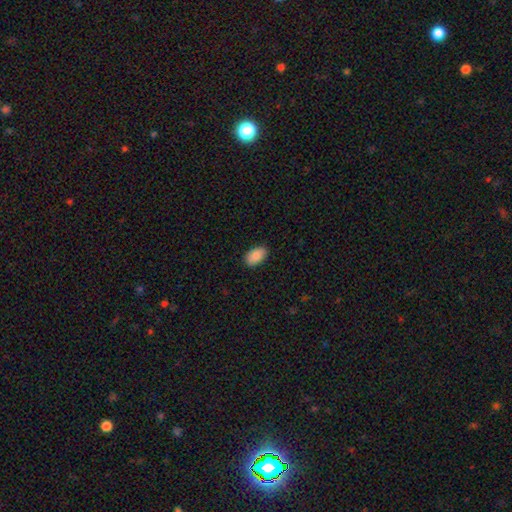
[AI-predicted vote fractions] This appears to be a smooth galaxy with no disk features (88%) that is in between round and cigar-shaped (93%). Merging: none (87%).